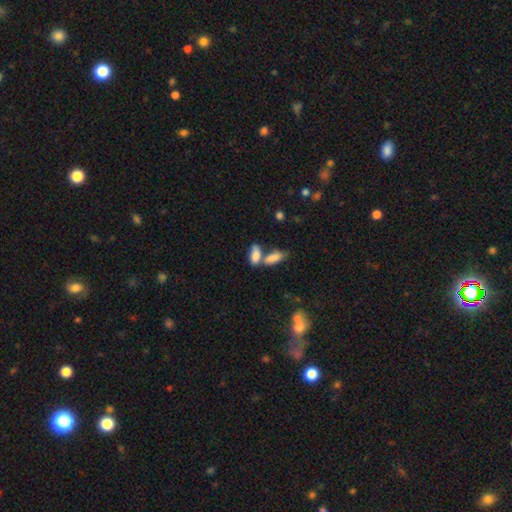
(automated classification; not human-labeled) Morphology: type=smooth (82%); roundness=in between (85%); merging=merger (50%).